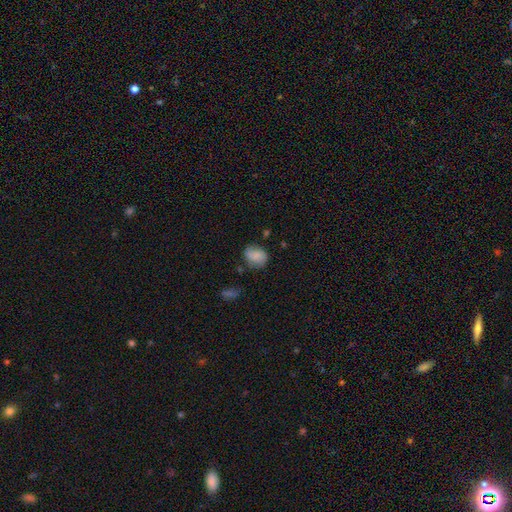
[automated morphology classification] Smooth or featured? Predicted: smooth (p=0.74). How rounded? Predicted: round (p=0.50). Merging? Predicted: none (p=0.64).